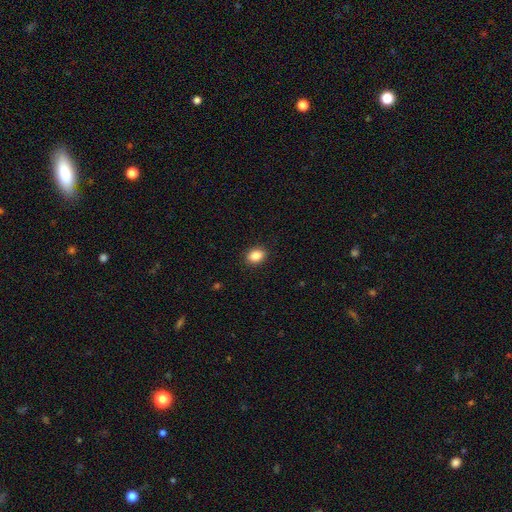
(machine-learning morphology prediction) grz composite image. It shows a smooth galaxy with no disk features (87%) that is in between round and cigar-shaped (72%). Merging: none (90%).